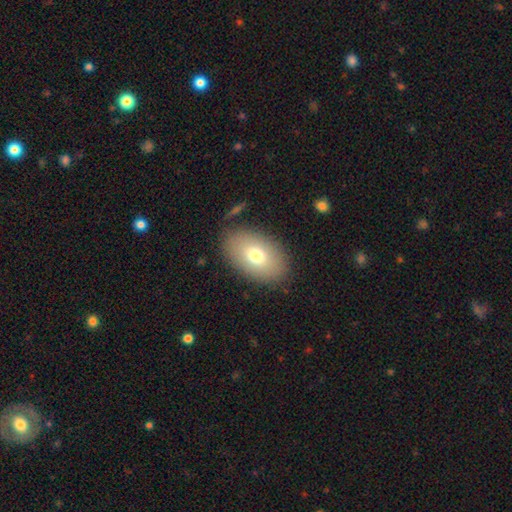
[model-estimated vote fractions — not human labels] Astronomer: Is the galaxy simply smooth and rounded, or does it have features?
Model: smooth — 73%.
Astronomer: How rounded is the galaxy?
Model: in between — 89%.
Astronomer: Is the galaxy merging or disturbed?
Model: none — 85%.